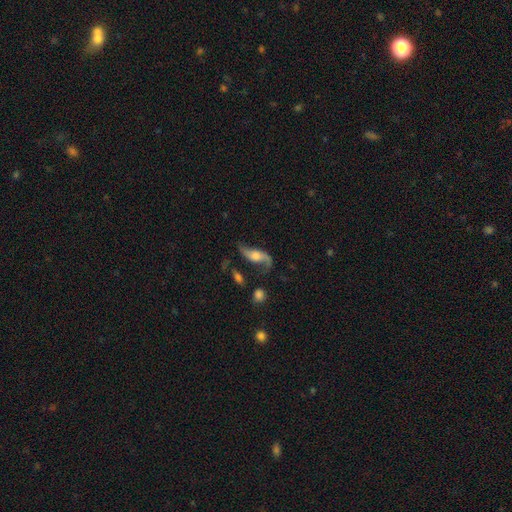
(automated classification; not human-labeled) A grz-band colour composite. It shows a featured or disk galaxy (80%) with no bar (60%), 2 (90%) loose (85%) spiral arms (94%) and a moderate central bulge (44%). Merging: none (62%).